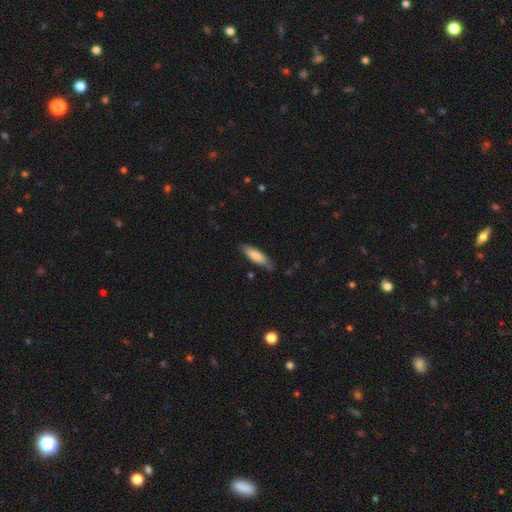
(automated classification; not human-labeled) Smooth or featured? smooth (79%)
How rounded? cigar-shaped (55%)
Merging? none (75%)